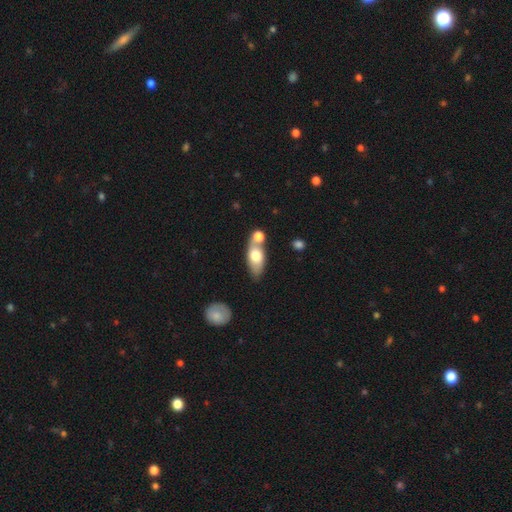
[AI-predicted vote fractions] A smooth galaxy with no disk features (66%) that is in between round and cigar-shaped (78%). Merging: none (45%).